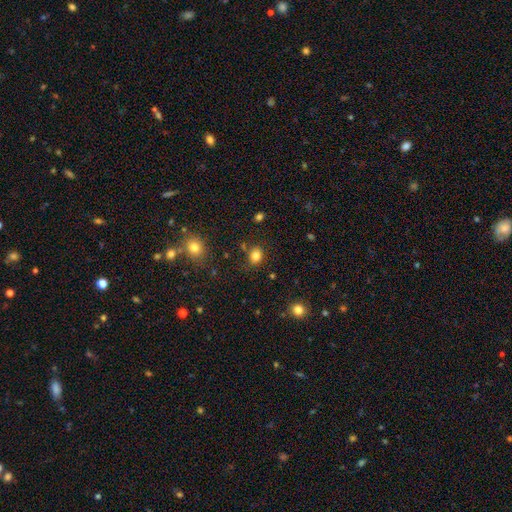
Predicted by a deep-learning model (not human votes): smooth-or-featured: smooth: 83% | star or artifact: 12% | featured or disk: 5%
  how-rounded: round: 58% | in between: 41% | cigar-shaped: 1%
  merging: none: 77% | minor disturbance: 14% | merger: 5% | major disturbance: 4%